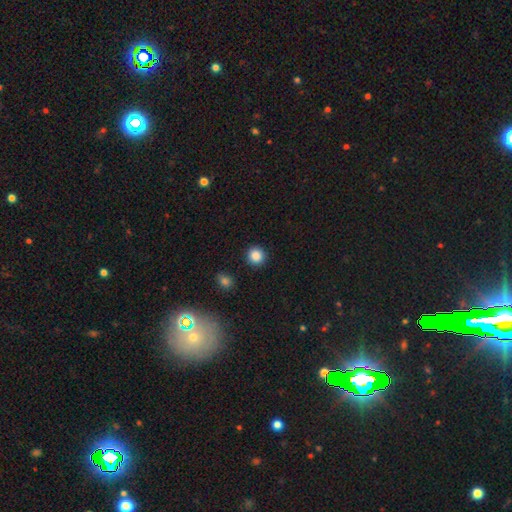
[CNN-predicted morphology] Smooth or featured: smooth — 86% (star or artifact — 11%)
How rounded: round — 93% (in between — 6%)
Merging: none — 91% (minor disturbance — 6%)